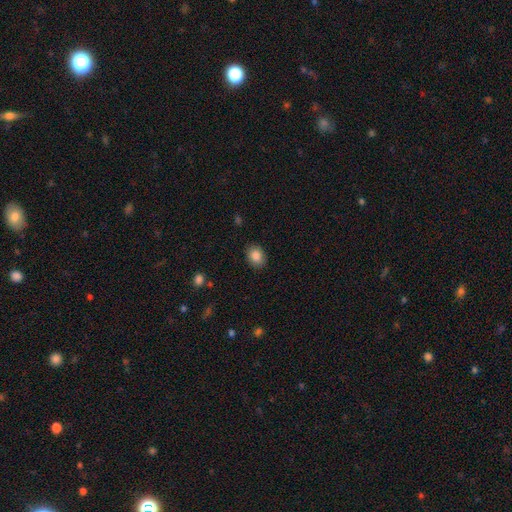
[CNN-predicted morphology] Smooth or featured? Predicted: smooth (p=0.87). How rounded? Predicted: in between (p=0.58). Merging? Predicted: none (p=0.87).